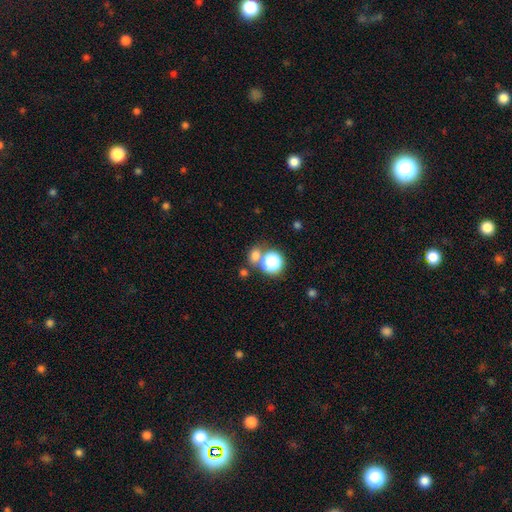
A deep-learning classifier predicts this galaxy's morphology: type=smooth (70%); roundness=round (63%); merging=none (56%).